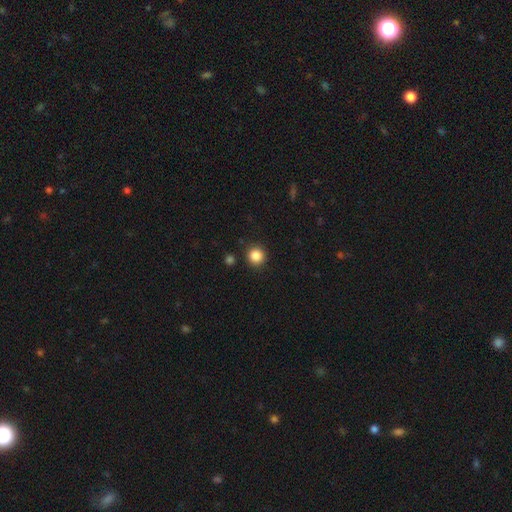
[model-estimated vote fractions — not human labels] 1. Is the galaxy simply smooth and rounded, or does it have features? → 86% smooth, 11% star or artifact, 3% featured or disk.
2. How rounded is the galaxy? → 94% round, 6% in between, 1% cigar-shaped.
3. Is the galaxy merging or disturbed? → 90% none, 6% minor disturbance, 2% merger, 2% major disturbance.